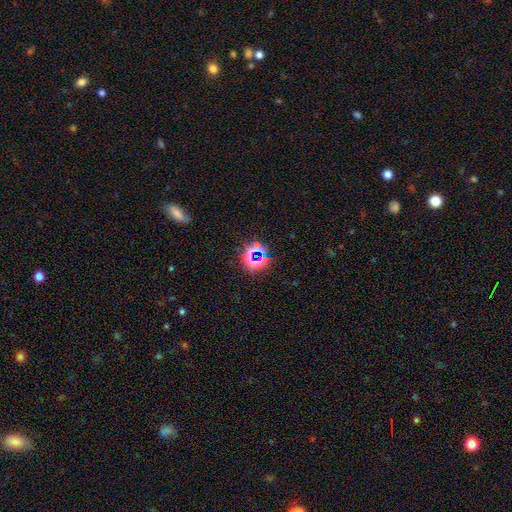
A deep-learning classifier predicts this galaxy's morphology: Smooth or featured: star or artifact — 65% (smooth — 23%)